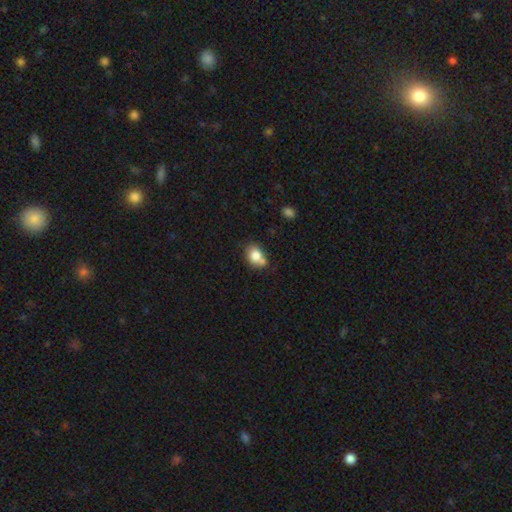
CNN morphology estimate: Smooth or featured? Predicted: smooth (p=0.79). How rounded? Predicted: in between (p=0.63). Merging? Predicted: none (p=0.49).